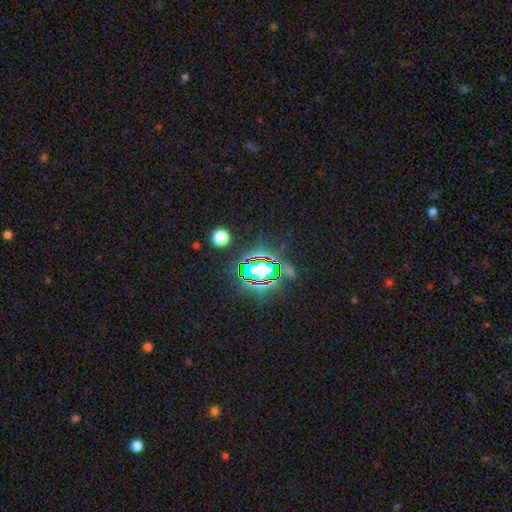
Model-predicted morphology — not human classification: The model was most divided on "smooth or featured": star or artifact: 80%, smooth: 12%, featured or disk: 8%.